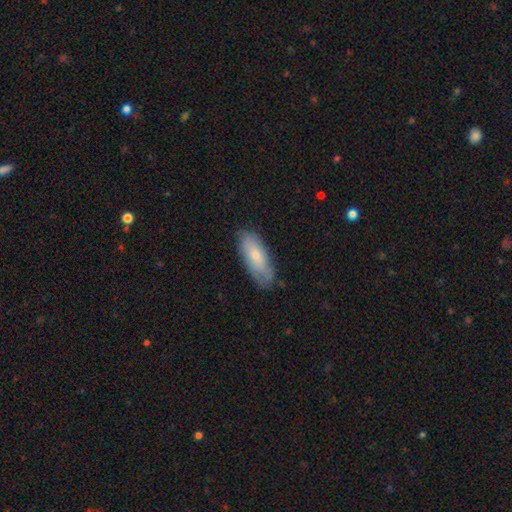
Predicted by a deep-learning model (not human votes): This appears to be a smooth galaxy with no disk features (70%) that is in between round and cigar-shaped (74%). Merging: none (75%).